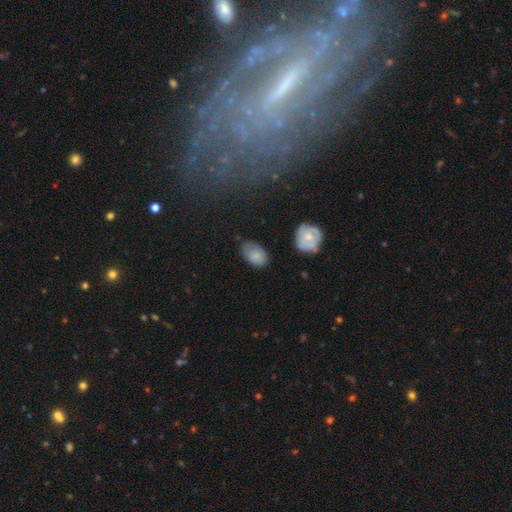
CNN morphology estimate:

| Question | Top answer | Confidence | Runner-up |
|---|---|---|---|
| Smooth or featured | smooth | 79% | featured or disk (13%) |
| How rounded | in between | 90% | round (9%) |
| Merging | none | 66% | minor disturbance (26%) |